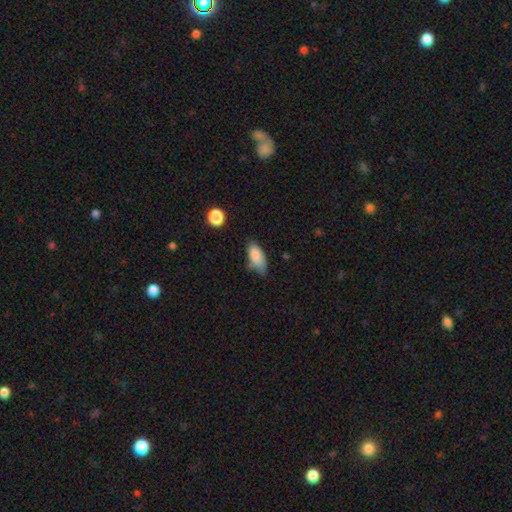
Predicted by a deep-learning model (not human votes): smooth-or-featured: smooth: 84% | featured or disk: 8% | star or artifact: 8%
  how-rounded: in between: 88% | cigar-shaped: 9% | round: 3%
  merging: none: 49% | minor disturbance: 38% | major disturbance: 8% | merger: 4%